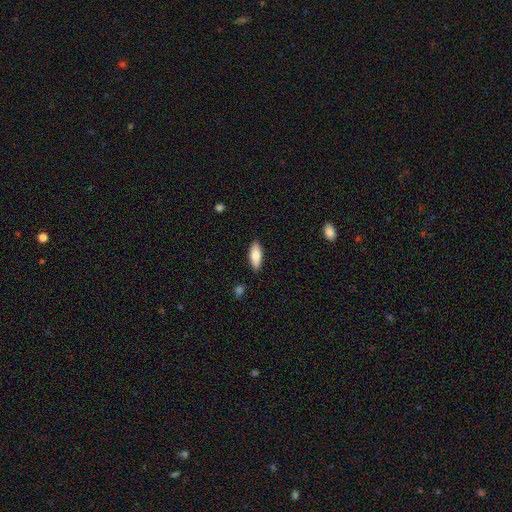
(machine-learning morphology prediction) Smooth or featured? Predicted: smooth (p=0.80). How rounded? Predicted: in between (p=0.75). Merging? Predicted: none (p=0.87).